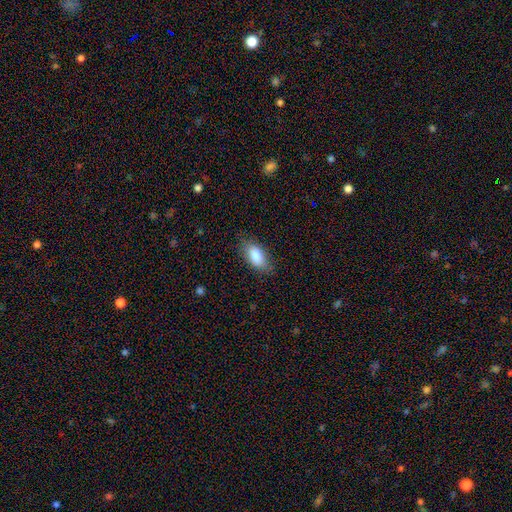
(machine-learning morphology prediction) type=smooth (83%); roundness=in between (90%); merging=none (79%).